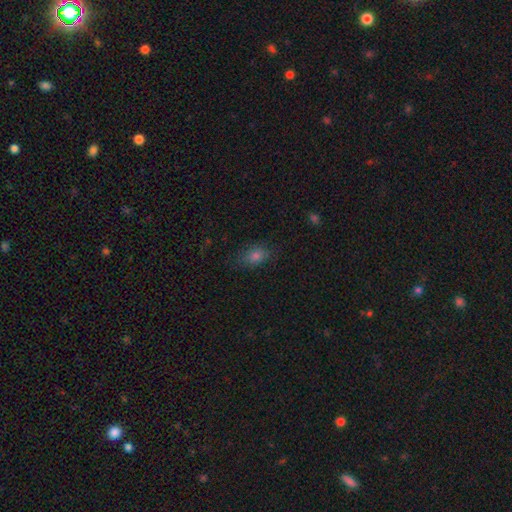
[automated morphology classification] Smooth or featured? Predicted: smooth (p=0.77). How rounded? Predicted: in between (p=0.77). Merging? Predicted: none (p=0.76).